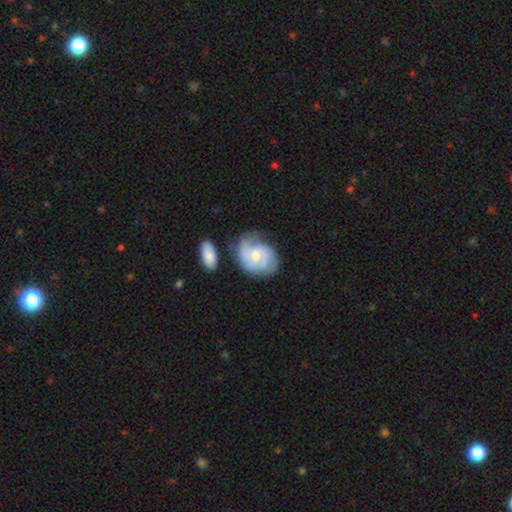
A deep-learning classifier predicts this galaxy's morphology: This is likely a featured or disk galaxy (68%). It is clearly not viewed edge-on (97%). Bar: likely no (64%). Spiral arm pattern: clearly yes (88%). Spiral arm count: marginally 2 (36%). Spiral winding: marginally medium (42%, tied with tight). Central bulge: possibly moderate (52%). Merging: possibly none (54%).